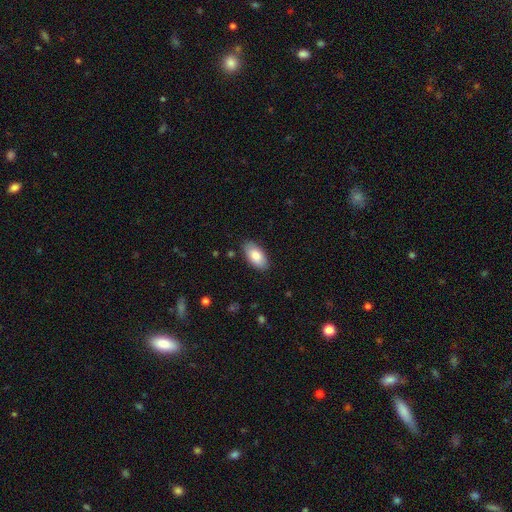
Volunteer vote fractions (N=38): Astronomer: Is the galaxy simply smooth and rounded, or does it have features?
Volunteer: smooth — 71%.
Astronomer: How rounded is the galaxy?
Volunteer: in between — 93%.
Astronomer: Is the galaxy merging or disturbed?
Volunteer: none — 83%.